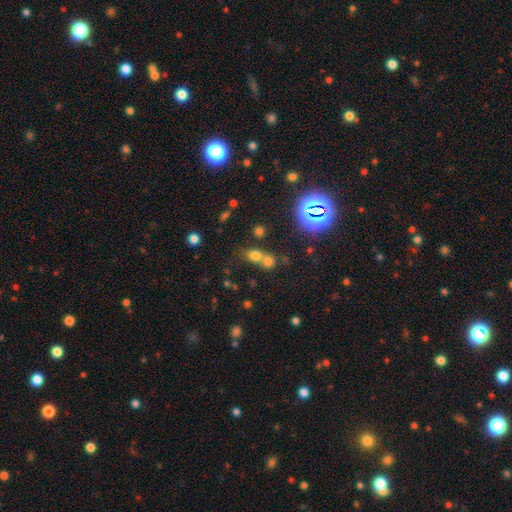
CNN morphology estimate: smooth-or-featured: smooth: 65% | star or artifact: 24% | featured or disk: 10%
  how-rounded: round: 66% | in between: 32% | cigar-shaped: 2%
  merging: merger: 53% | none: 36% | minor disturbance: 7% | major disturbance: 4%